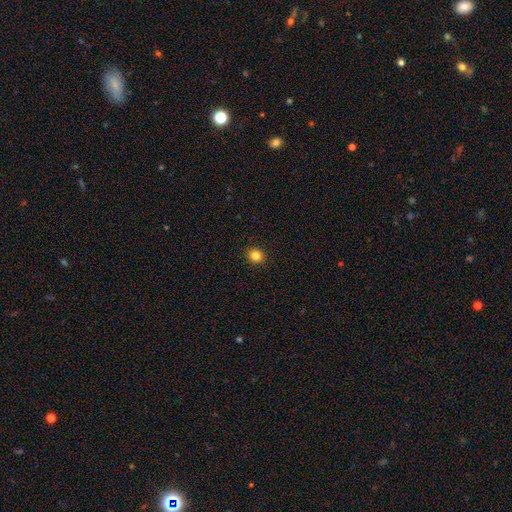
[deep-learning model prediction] Overall: smooth (84%). How rounded: round (86%). Merging: none (93%).